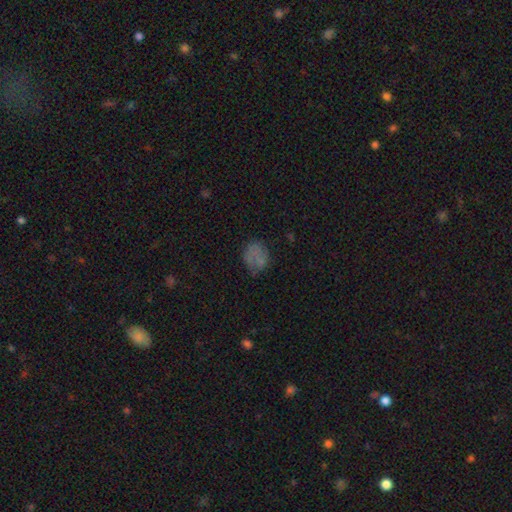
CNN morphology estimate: smooth-or-featured: smooth: 62% | featured or disk: 19% | star or artifact: 19%
  how-rounded: in between: 50% | round: 49% | cigar-shaped: 1%
  merging: none: 55% | minor disturbance: 26% | major disturbance: 15% | merger: 4%